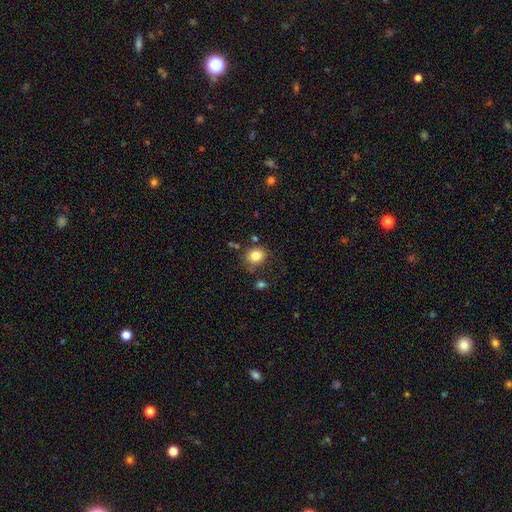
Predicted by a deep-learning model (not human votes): A smooth galaxy with no disk features (82%) that is round (64%). Merging: none (77%).